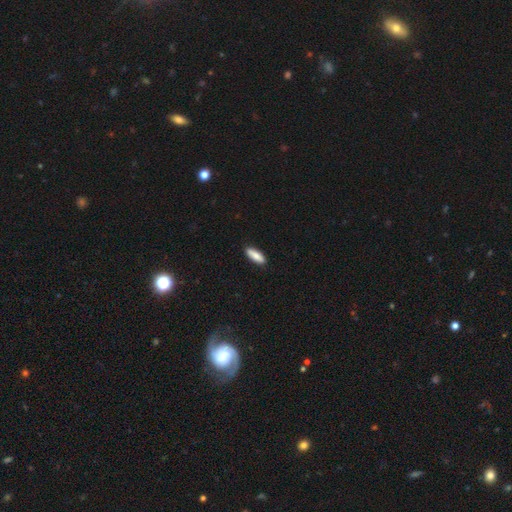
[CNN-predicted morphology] smooth-or-featured: smooth: 84% | featured or disk: 10% | star or artifact: 6%
  how-rounded: in between: 53% | cigar-shaped: 45% | round: 2%
  merging: none: 88% | minor disturbance: 9% | major disturbance: 2% | merger: 1%